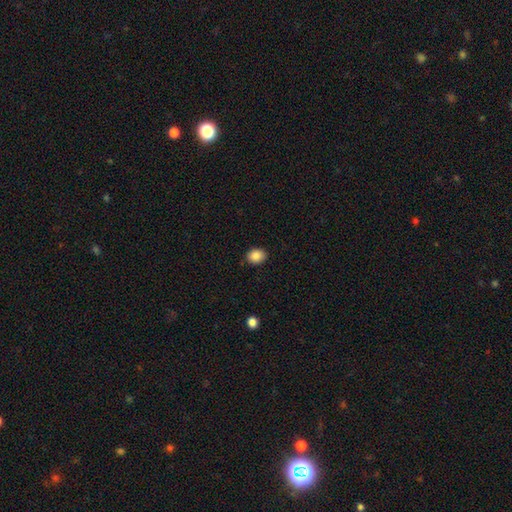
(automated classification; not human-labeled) Overall: smooth (87%). How rounded: in between (52%; round 47%). Merging: none (88%).